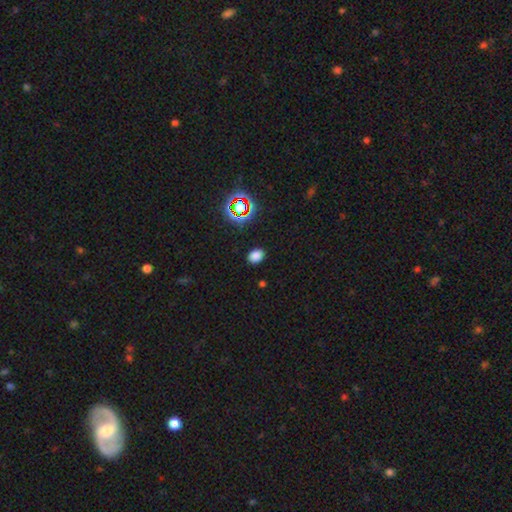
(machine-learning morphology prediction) Smooth or featured?
  - smooth: 76% *
  - star or artifact: 19%
  - featured or disk: 5%
How rounded?
  - in between: 70% *
  - round: 29%
  - cigar-shaped: 1%
Merging?
  - none: 87% *
  - minor disturbance: 9%
  - major disturbance: 3%
  - merger: 1%